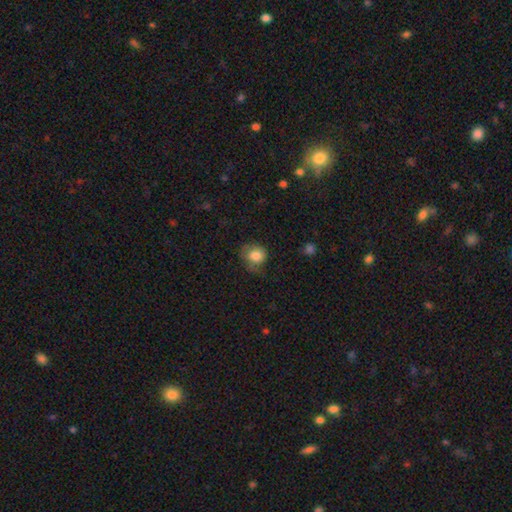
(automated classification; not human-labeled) Smooth or featured: smooth — 79% (featured or disk — 13%)
How rounded: round — 74% (in between — 25%)
Merging: none — 49% (minor disturbance — 31%)